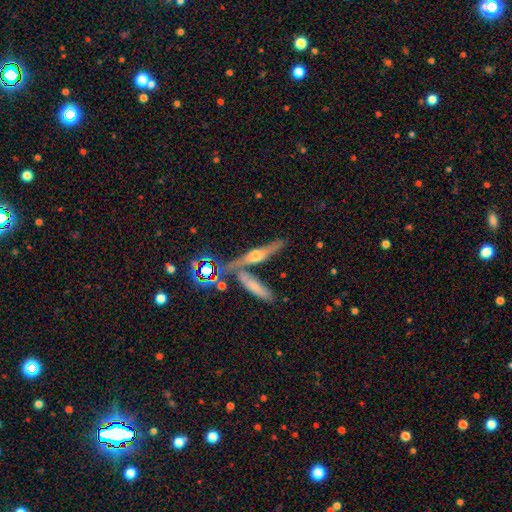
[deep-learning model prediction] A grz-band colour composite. It shows a featured or disk galaxy (64%) viewed edge-on (91%) with a rounded central bulge (91%). Merging: none (60%).